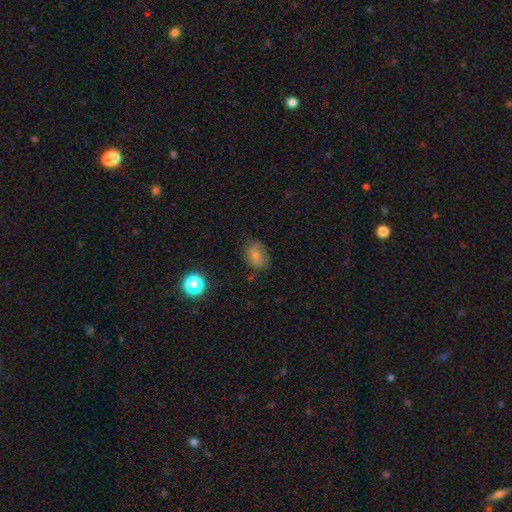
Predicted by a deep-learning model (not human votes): smooth 76%, star or artifact 13%, featured or disk 11%. Down the decision tree: how rounded — in between (69%); merging — none (68%).